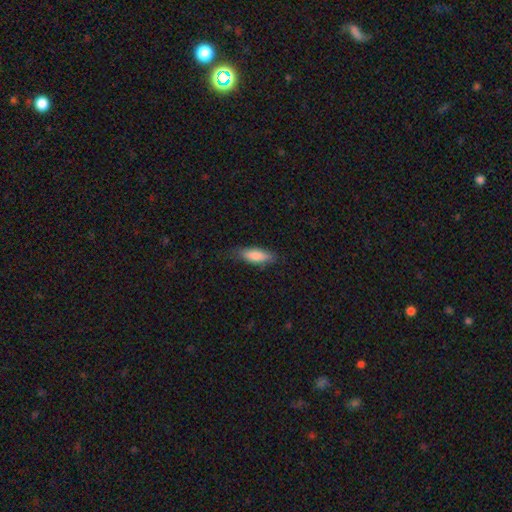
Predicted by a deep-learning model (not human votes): Q: Smooth or featured?
A: smooth (83%); runner-up: featured or disk (12%)
Q: How rounded?
A: in between (59%); runner-up: cigar-shaped (39%)
Q: Merging?
A: none (72%); runner-up: minor disturbance (22%)